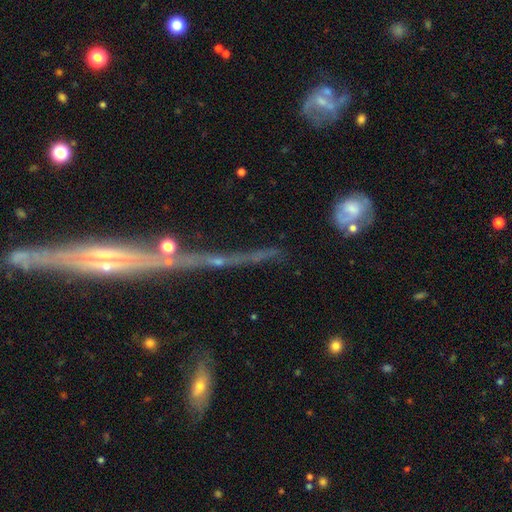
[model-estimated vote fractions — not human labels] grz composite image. It shows a featured or disk galaxy (42%). Merging: none (62%).